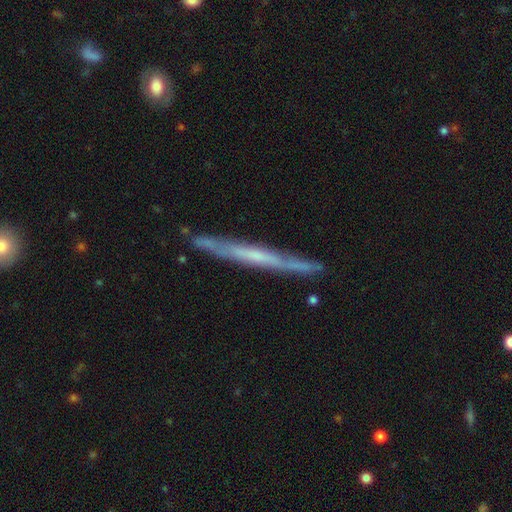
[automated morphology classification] This appears to be a featured or disk galaxy (66%) viewed edge-on (93%) with no central bulge (75%). Merging: none (84%).